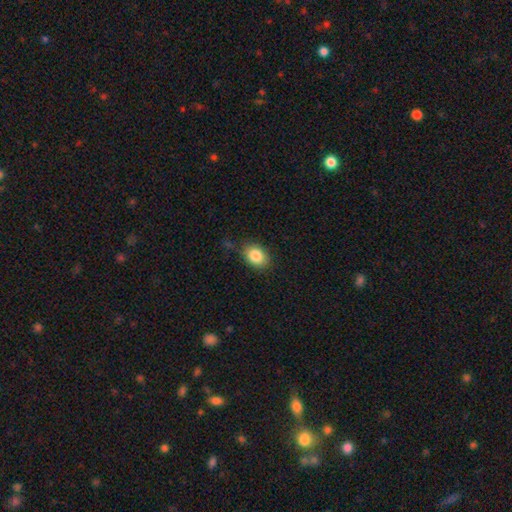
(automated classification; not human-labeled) Morphology: type=smooth (85%); roundness=in between (71%); merging=none (81%).